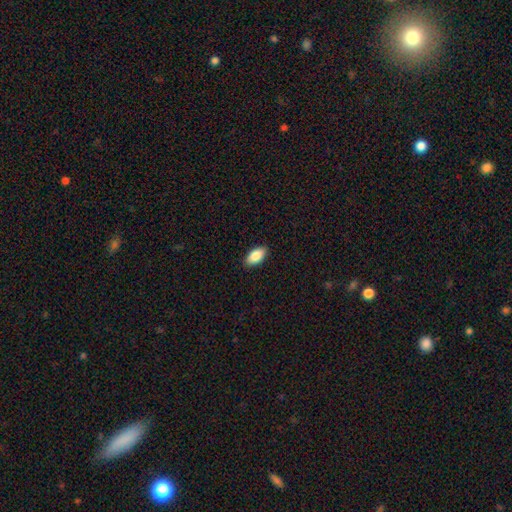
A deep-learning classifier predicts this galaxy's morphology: A smooth galaxy with no disk features (86%) that is in between round and cigar-shaped (93%). Merging: none (90%).